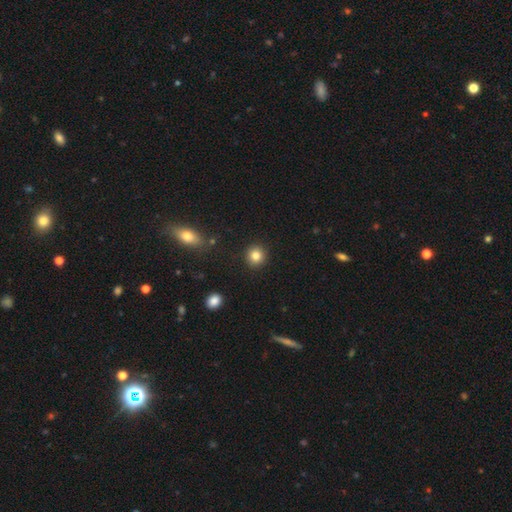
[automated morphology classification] Q: Smooth or featured?
A: smooth (84%); runner-up: star or artifact (10%)
Q: How rounded?
A: round (89%); runner-up: in between (10%)
Q: Merging?
A: none (91%); runner-up: minor disturbance (6%)